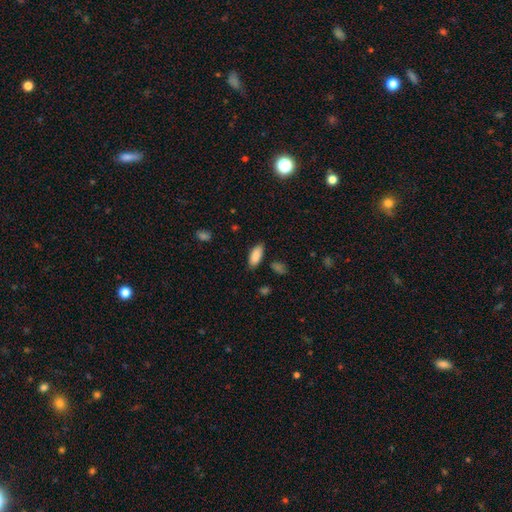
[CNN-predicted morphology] A smooth galaxy with no disk features (88%) that is in between round and cigar-shaped (86%).

Vote fractions:
- Smooth or featured? smooth: 88% / star or artifact: 7% / featured or disk: 5%
- How rounded? in between: 86% / cigar-shaped: 12% / round: 2%
- Merging? none: 81% / minor disturbance: 13% / major disturbance: 3% / merger: 2%